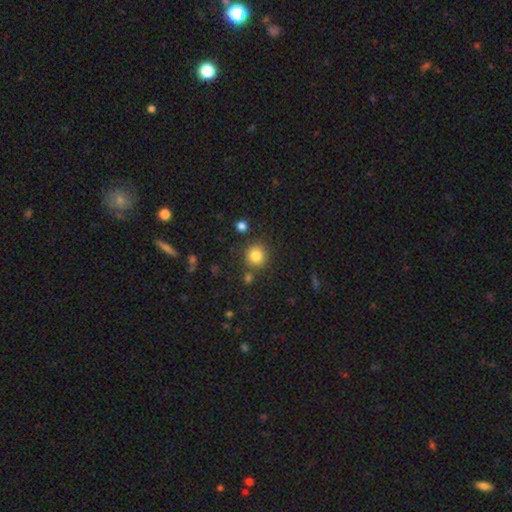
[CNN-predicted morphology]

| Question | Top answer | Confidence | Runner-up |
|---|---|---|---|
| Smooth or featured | smooth | 84% | star or artifact (11%) |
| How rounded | round | 92% | in between (7%) |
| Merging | none | 82% | minor disturbance (8%) |